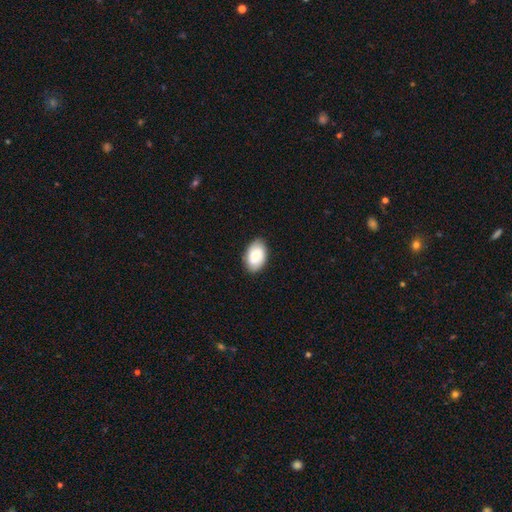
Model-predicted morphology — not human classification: smooth_or_featured: smooth (p=0.81) [alt: featured or disk p=0.12]
how_rounded: in between (p=0.92) [alt: round p=0.07]
merging: none (p=0.84) [alt: minor disturbance p=0.12]